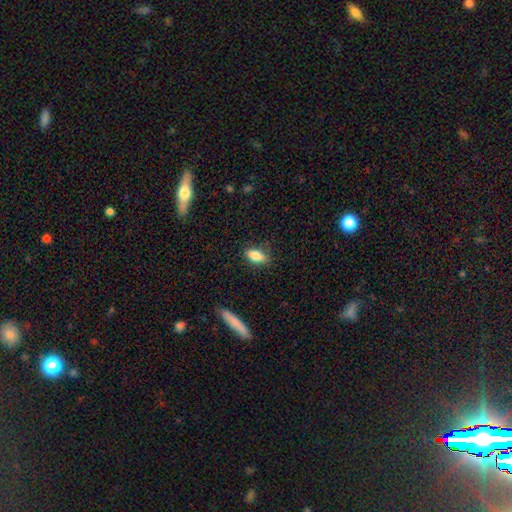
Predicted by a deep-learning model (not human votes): This is clearly a smooth galaxy (81%). How rounded: clearly in between (83%). Merging: clearly none (83%).